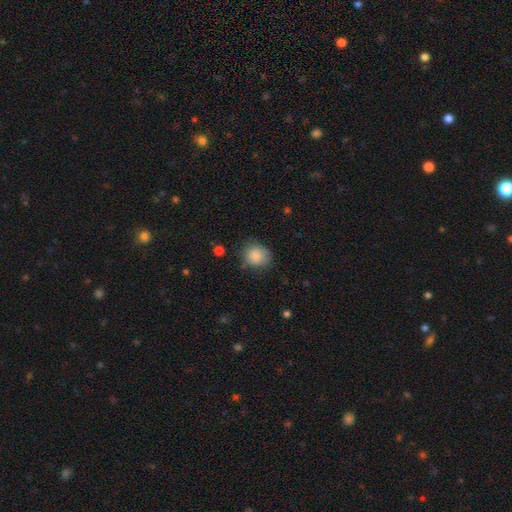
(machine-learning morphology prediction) A smooth galaxy with no disk features (86%) that is round (74%).

Vote fractions:
- Smooth or featured? smooth: 86% / star or artifact: 8% / featured or disk: 6%
- How rounded? round: 74% / in between: 25% / cigar-shaped: 1%
- Merging? none: 73% / minor disturbance: 20% / major disturbance: 5% / merger: 2%